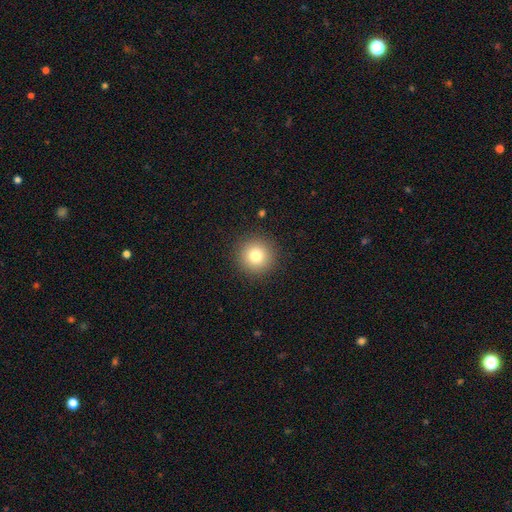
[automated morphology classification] Smooth or featured: smooth — 79% (star or artifact — 12%)
How rounded: round — 96% (in between — 4%)
Merging: none — 92% (minor disturbance — 5%)